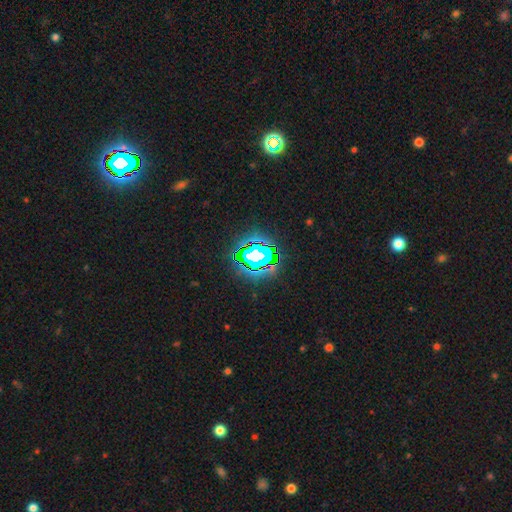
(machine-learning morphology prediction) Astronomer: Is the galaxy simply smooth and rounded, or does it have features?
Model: star or artifact — 67%.